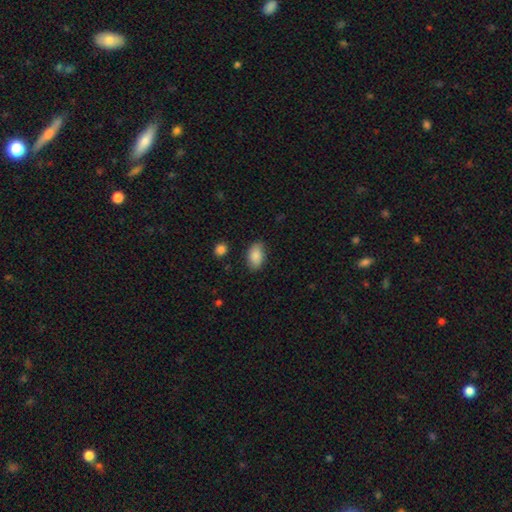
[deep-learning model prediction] smooth-or-featured: smooth: 87% | star or artifact: 7% | featured or disk: 6%
  how-rounded: in between: 91% | round: 7% | cigar-shaped: 2%
  merging: none: 82% | minor disturbance: 13% | major disturbance: 3% | merger: 2%